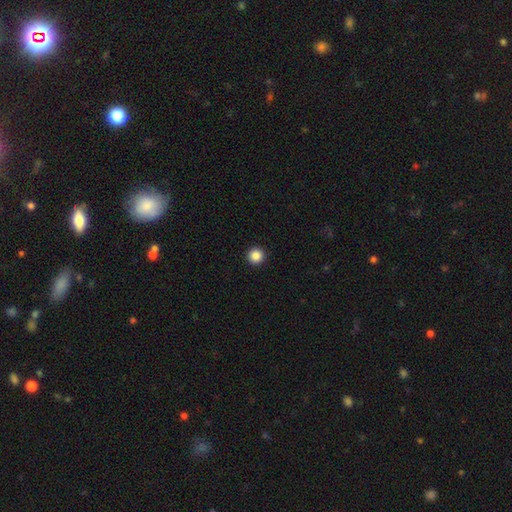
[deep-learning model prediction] A smooth galaxy with no disk features (87%) that is round (97%).

Vote fractions:
- Smooth or featured? smooth: 87% / star or artifact: 10% / featured or disk: 3%
- How rounded? round: 97% / in between: 2% / cigar-shaped: 1%
- Merging? none: 94% / minor disturbance: 4% / major disturbance: 1% / merger: 1%